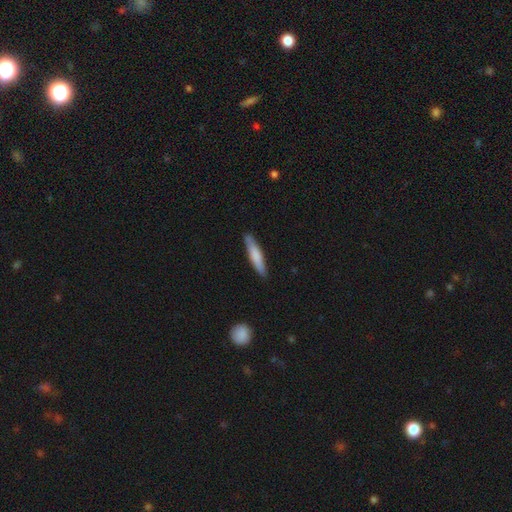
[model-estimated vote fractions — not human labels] The model was most divided on "smooth or featured": smooth: 75%, featured or disk: 20%, star or artifact: 5%. More confident: how rounded — cigar-shaped (86%); merging — none (86%).